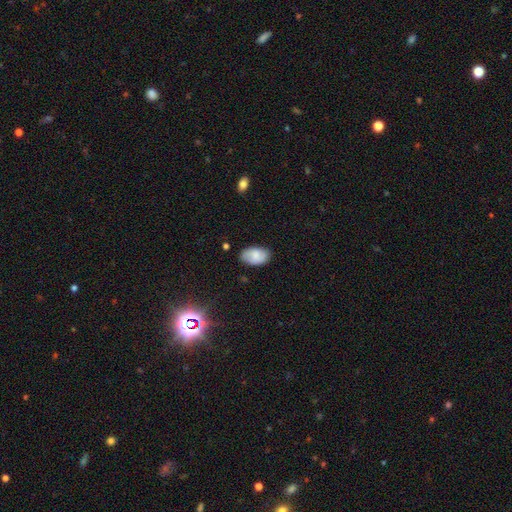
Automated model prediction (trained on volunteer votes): Smooth or featured? Predicted: smooth (p=0.76). How rounded? Predicted: in between (p=0.91). Merging? Predicted: none (p=0.79).